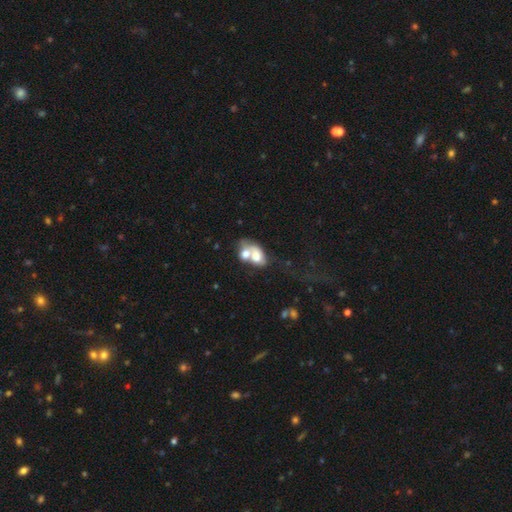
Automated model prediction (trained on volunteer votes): Q: Smooth or featured?
A: smooth (58%); runner-up: featured or disk (33%)
Q: How rounded?
A: in between (76%); runner-up: round (23%)
Q: Merging?
A: merger (71%); runner-up: none (13%)